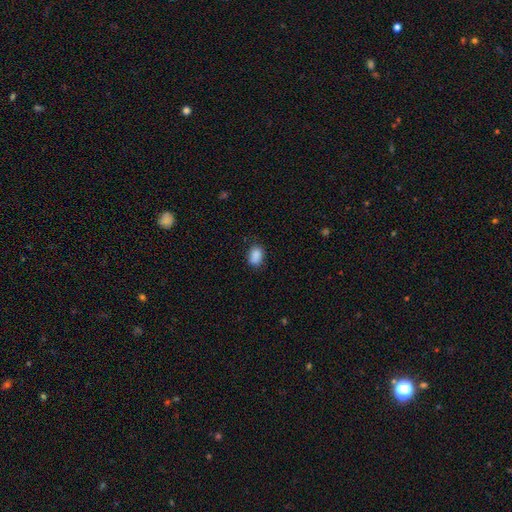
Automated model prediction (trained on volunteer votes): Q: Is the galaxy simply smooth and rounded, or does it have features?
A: smooth — 88%.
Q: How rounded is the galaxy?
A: in between — 79%.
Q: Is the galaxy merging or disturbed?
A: none — 78%.